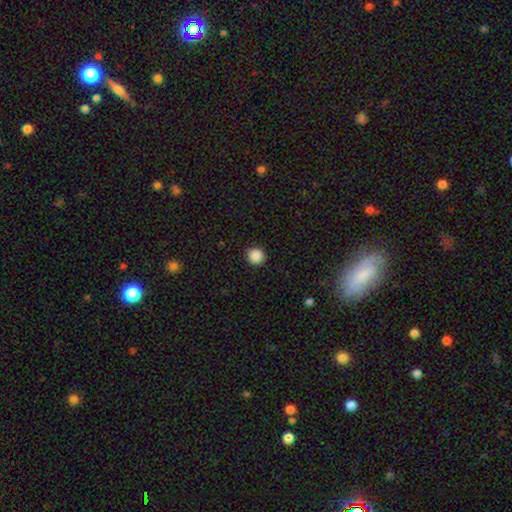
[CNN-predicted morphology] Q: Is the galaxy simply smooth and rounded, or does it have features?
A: smooth — 88%.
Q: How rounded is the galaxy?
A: round — 88%.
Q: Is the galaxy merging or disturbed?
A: none — 90%.